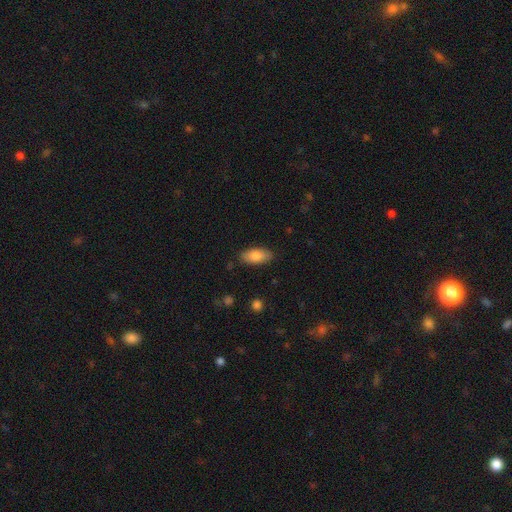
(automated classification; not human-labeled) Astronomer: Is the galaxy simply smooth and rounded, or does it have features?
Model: smooth — 82%.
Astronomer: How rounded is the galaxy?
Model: in between — 88%.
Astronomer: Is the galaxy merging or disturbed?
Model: none — 86%.